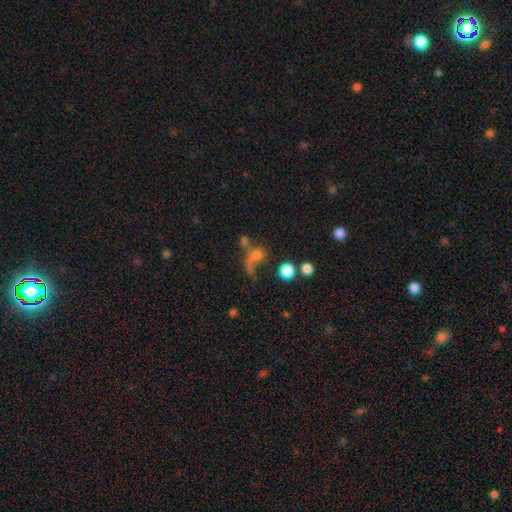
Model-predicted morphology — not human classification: type=smooth (55%); roundness=round (69%); merging=none (32%).